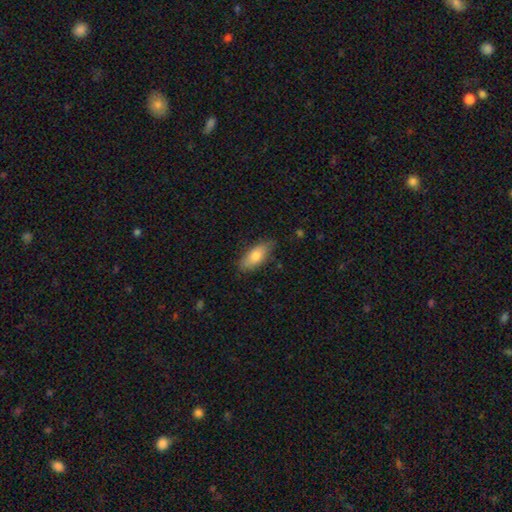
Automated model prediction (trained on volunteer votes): Smooth or featured? Predicted: smooth (p=0.76). How rounded? Predicted: in between (p=0.80). Merging? Predicted: none (p=0.78).